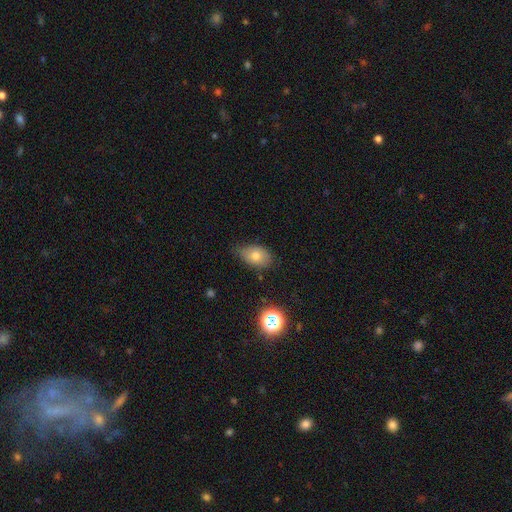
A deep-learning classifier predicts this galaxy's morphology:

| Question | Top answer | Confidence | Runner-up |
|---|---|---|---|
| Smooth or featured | smooth | 75% | featured or disk (15%) |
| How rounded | in between | 84% | round (14%) |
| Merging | none | 63% | minor disturbance (30%) |